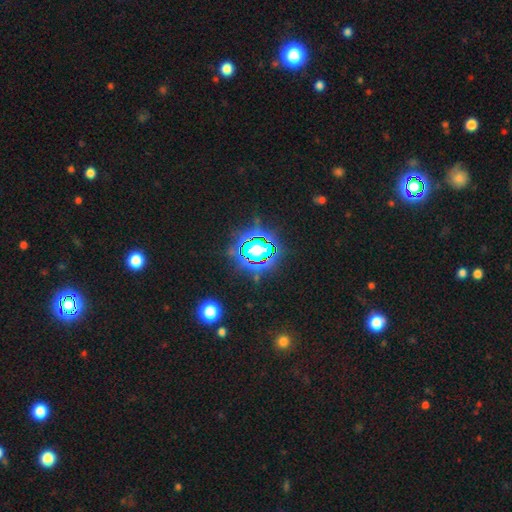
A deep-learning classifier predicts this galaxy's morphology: This is likely a star or artifact rather than a galaxy (79%).